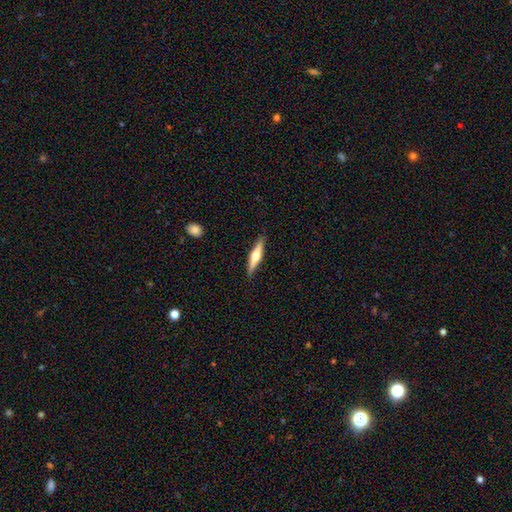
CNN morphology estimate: featured or disk 60%, smooth 35%, star or artifact 5%. Down the decision tree: edge-on disk — yes (97%); edge-on bulge — rounded (93%); merging — none (90%).